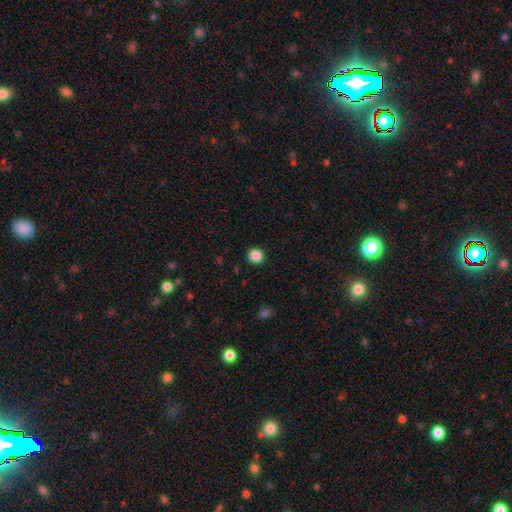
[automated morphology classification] Q: Smooth or featured?
A: smooth (86%); runner-up: star or artifact (11%)
Q: How rounded?
A: round (93%); runner-up: in between (6%)
Q: Merging?
A: none (93%); runner-up: minor disturbance (4%)